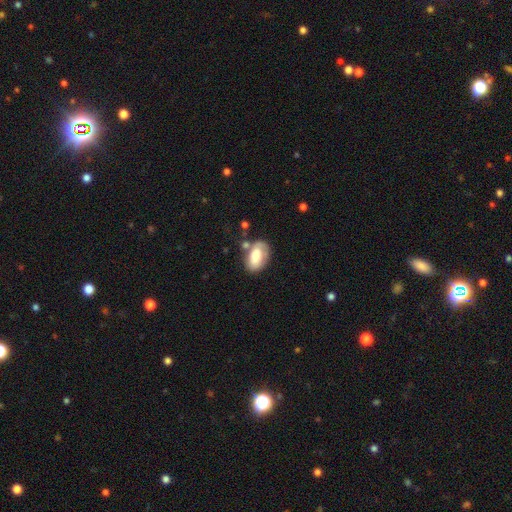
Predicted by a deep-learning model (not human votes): This is likely a smooth galaxy (63%). How rounded: clearly in between (91%). Merging: possibly none (56%).